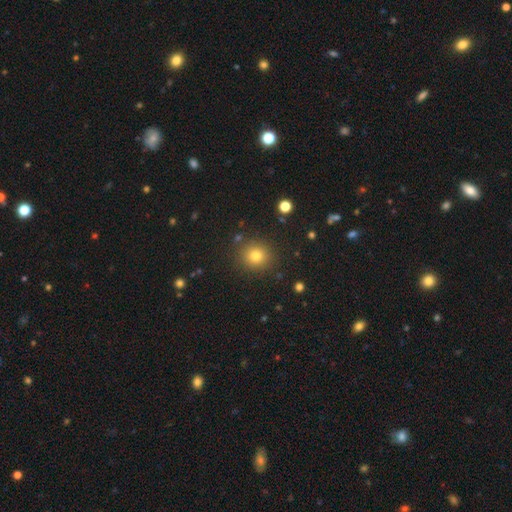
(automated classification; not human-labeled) A smooth galaxy with no disk features (78%) that is round (89%).

Vote fractions:
- Smooth or featured? smooth: 78% / star or artifact: 15% / featured or disk: 7%
- How rounded? round: 89% / in between: 10% / cigar-shaped: 1%
- Merging? none: 88% / minor disturbance: 7% / major disturbance: 3% / merger: 2%